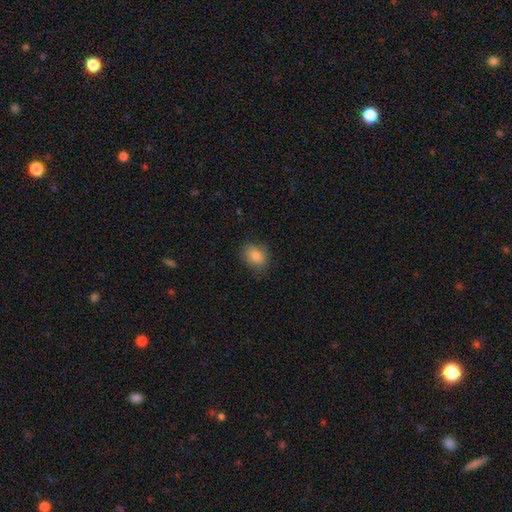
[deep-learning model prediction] Smooth or featured? smooth (84%)
How rounded? in between (61%)
Merging? none (79%)